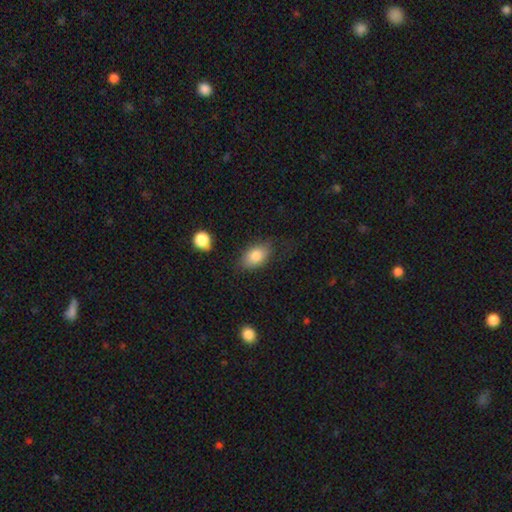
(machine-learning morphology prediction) smooth 82%, featured or disk 11%, star or artifact 8%. Down the decision tree: how rounded — in between (87%); merging — none (74%).